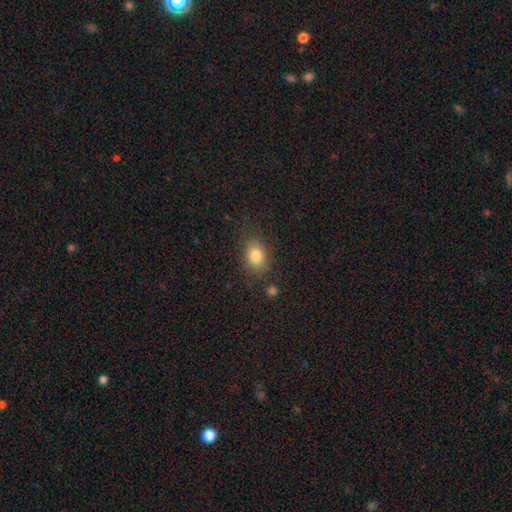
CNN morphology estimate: A smooth galaxy with no disk features (81%) that is in between round and cigar-shaped (66%).

Vote fractions:
- Smooth or featured? smooth: 81% / star or artifact: 10% / featured or disk: 9%
- How rounded? in between: 66% / round: 32% / cigar-shaped: 1%
- Merging? none: 75% / minor disturbance: 16% / major disturbance: 6% / merger: 3%